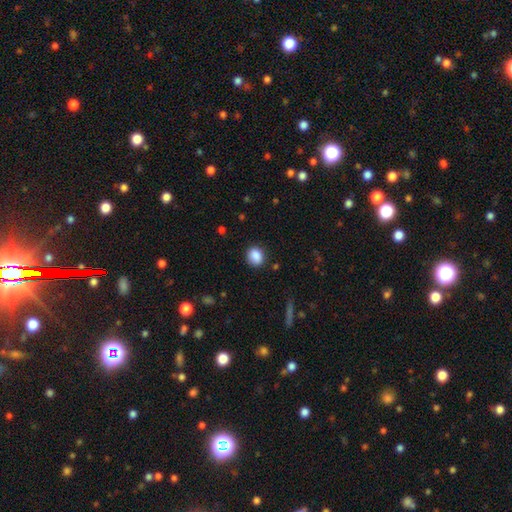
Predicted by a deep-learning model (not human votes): Smooth or featured? Predicted: smooth (p=0.88). How rounded? Predicted: round (p=0.59). Merging? Predicted: none (p=0.85).